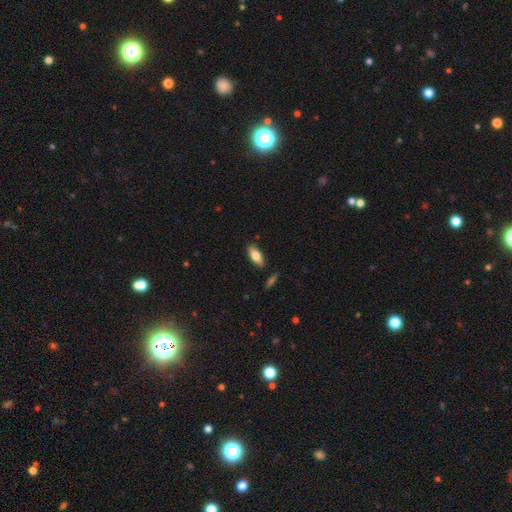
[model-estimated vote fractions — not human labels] This appears to be a smooth galaxy with no disk features (78%) that is in between round and cigar-shaped (84%). Merging: none (84%).